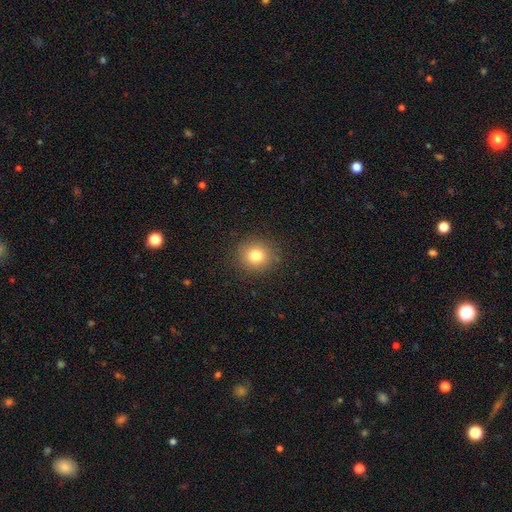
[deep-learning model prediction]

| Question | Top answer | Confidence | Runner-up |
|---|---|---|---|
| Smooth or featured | smooth | 79% | star or artifact (12%) |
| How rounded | round | 86% | in between (13%) |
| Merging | none | 88% | minor disturbance (8%) |